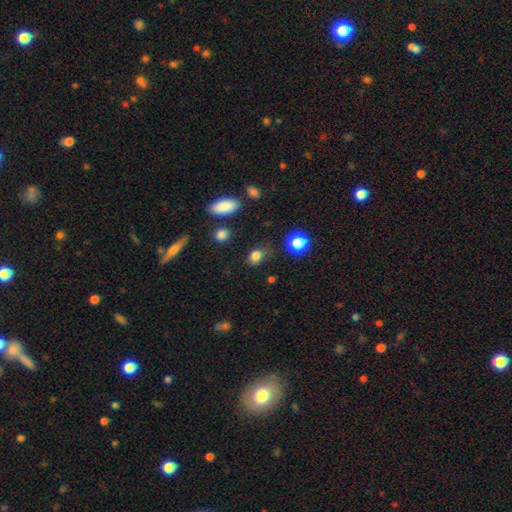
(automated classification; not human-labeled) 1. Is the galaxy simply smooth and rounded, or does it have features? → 82% smooth, 13% star or artifact, 5% featured or disk.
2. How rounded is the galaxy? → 67% in between, 31% round, 2% cigar-shaped.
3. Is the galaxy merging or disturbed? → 72% none, 19% minor disturbance, 6% major disturbance, 4% merger.